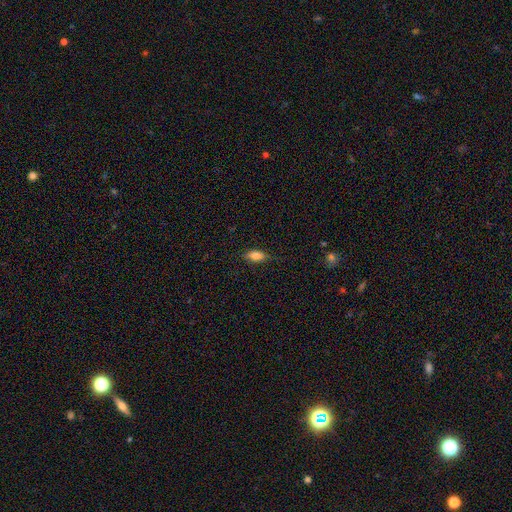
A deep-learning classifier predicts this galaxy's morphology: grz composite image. It shows a smooth galaxy with no disk features (77%) that is in between round and cigar-shaped (80%). Merging: none (80%).